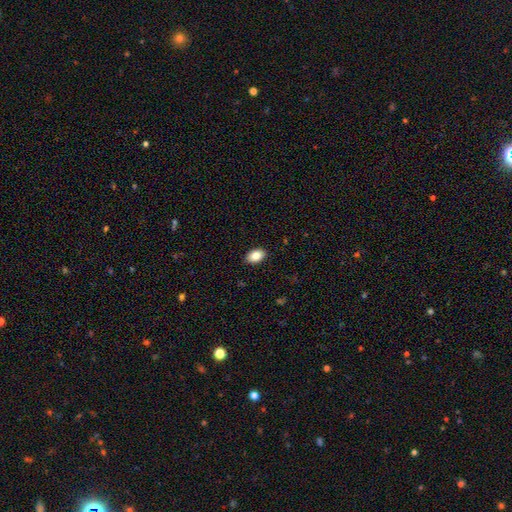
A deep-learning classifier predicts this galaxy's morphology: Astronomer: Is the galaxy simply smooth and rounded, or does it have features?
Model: smooth — 85%.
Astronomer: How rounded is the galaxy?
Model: in between — 87%.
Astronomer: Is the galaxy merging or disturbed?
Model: none — 89%.